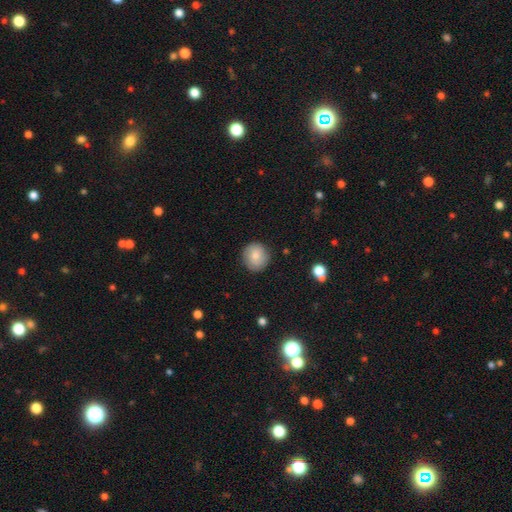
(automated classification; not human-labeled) Q: Smooth or featured?
A: smooth (76%); runner-up: featured or disk (17%)
Q: How rounded?
A: round (87%); runner-up: in between (12%)
Q: Merging?
A: none (86%); runner-up: minor disturbance (10%)